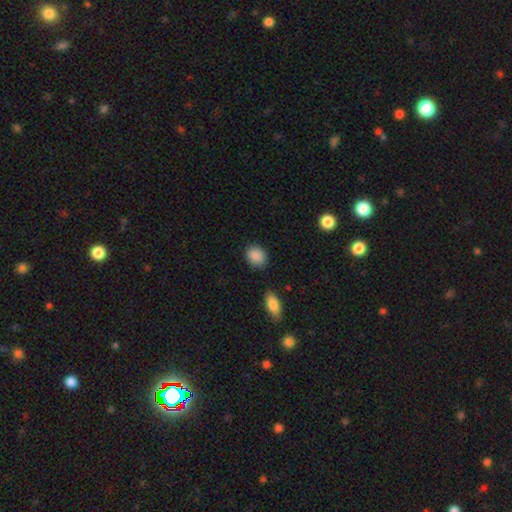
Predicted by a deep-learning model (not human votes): This appears to be a smooth galaxy with no disk features (89%) that is round (53%). Merging: none (84%).